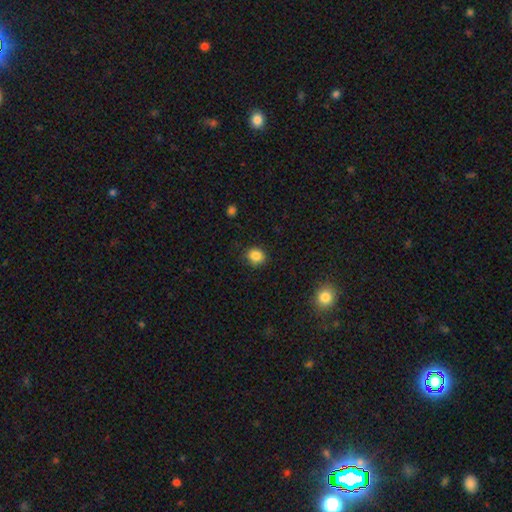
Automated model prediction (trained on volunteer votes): A smooth galaxy with no disk features (85%) that is round (68%). Merging: none (84%).